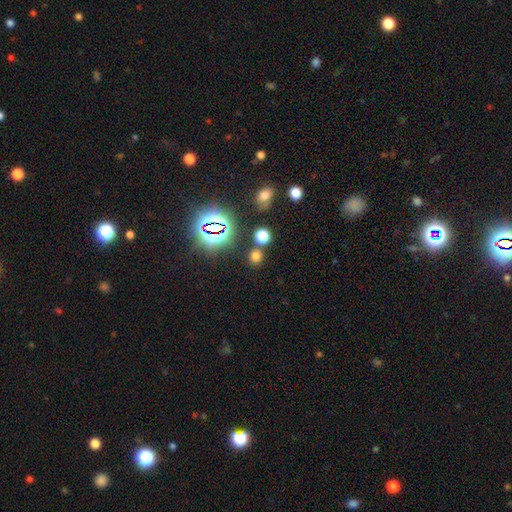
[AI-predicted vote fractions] A smooth galaxy with no disk features (63%) that is round (82%).

Vote fractions:
- Smooth or featured? smooth: 63% / star or artifact: 31% / featured or disk: 6%
- How rounded? round: 82% / in between: 16% / cigar-shaped: 1%
- Merging? none: 76% / merger: 13% / minor disturbance: 8% / major disturbance: 3%